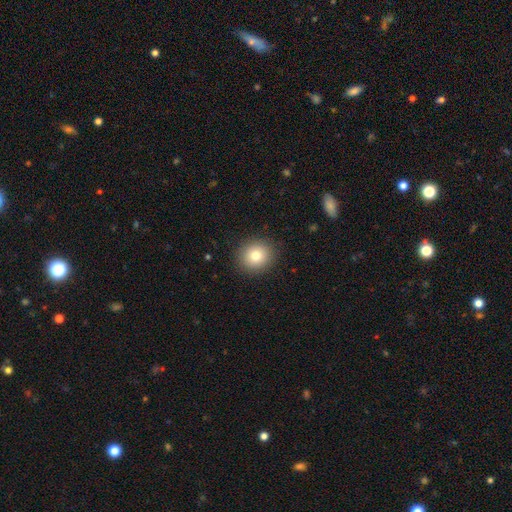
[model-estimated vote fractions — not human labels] Overall: smooth (79%). How rounded: round (85%). Merging: none (90%).